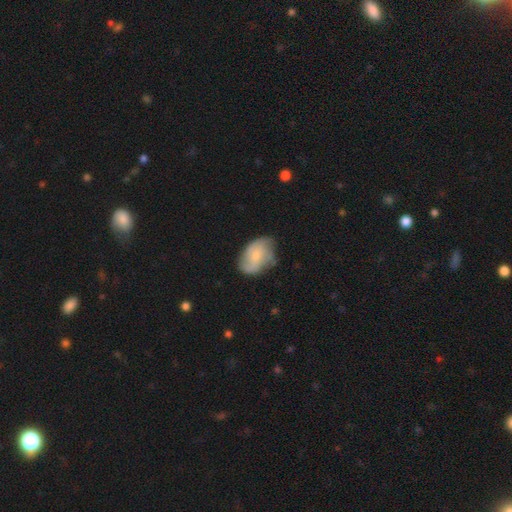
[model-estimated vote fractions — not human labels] Smooth or featured? smooth (50%)
Merging? none (59%)